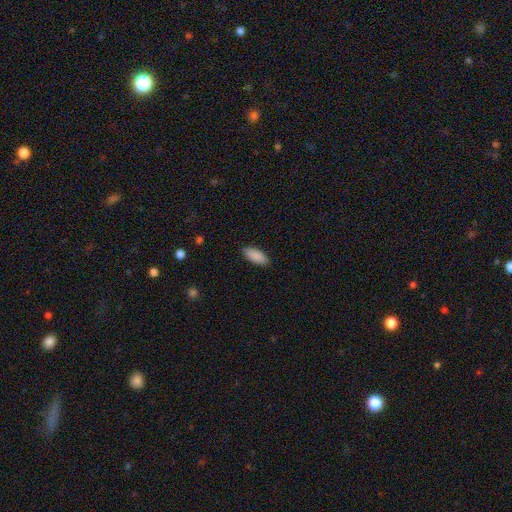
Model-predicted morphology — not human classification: A smooth galaxy with no disk features (90%) that is in between round and cigar-shaped (86%).

Vote fractions:
- Smooth or featured? smooth: 90% / star or artifact: 6% / featured or disk: 4%
- How rounded? in between: 86% / cigar-shaped: 12% / round: 2%
- Merging? none: 88% / minor disturbance: 9% / major disturbance: 2% / merger: 1%